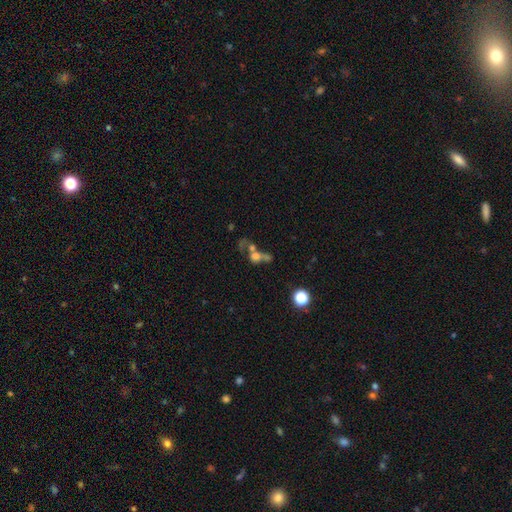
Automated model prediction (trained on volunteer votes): Overall: smooth (51%; featured or disk 28%). How rounded: round (57%; in between 39%). Merging: merger (60%).